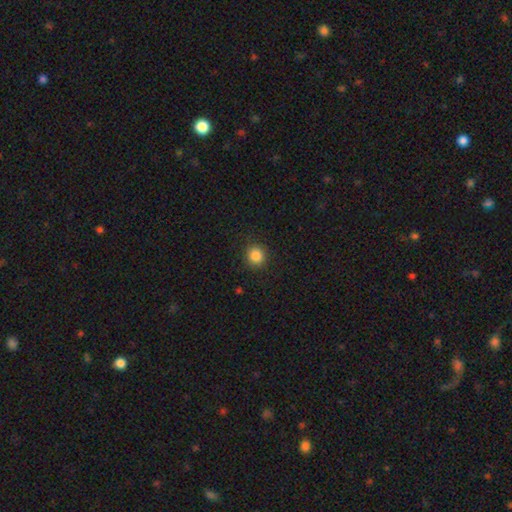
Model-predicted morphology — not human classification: Smooth or featured: smooth — 85% (star or artifact — 11%)
How rounded: round — 91% (in between — 8%)
Merging: none — 90% (minor disturbance — 7%)